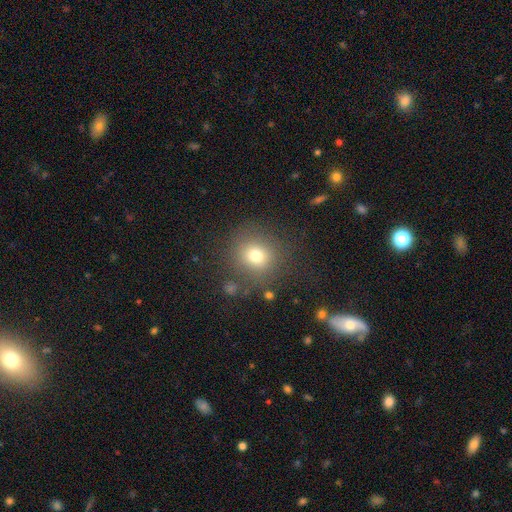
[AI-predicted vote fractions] Smooth or featured? Predicted: smooth (p=0.74). How rounded? Predicted: round (p=0.88). Merging? Predicted: none (p=0.80).